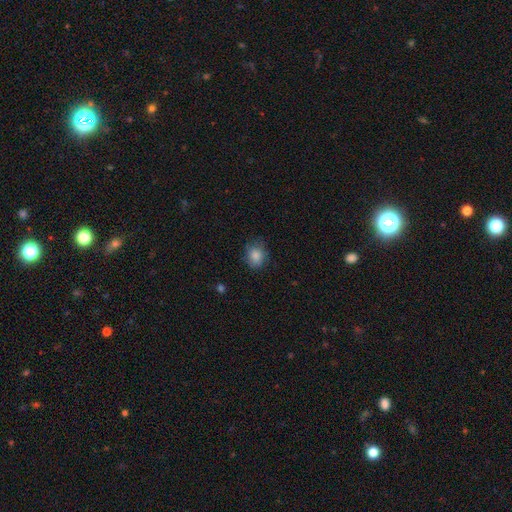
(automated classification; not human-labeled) Smooth or featured? smooth (84%)
How rounded? round (56%)
Merging? none (72%)